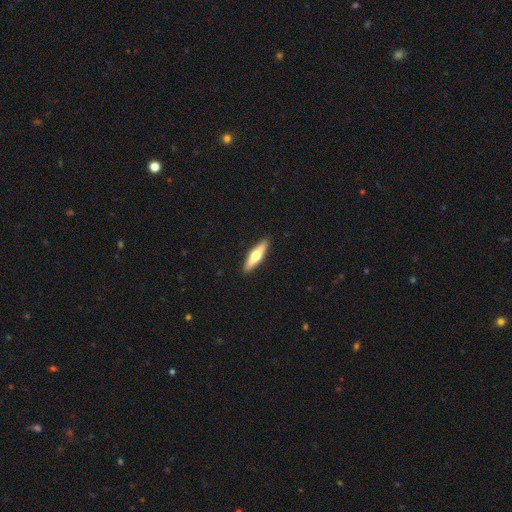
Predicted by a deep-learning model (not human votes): This appears to be a featured or disk galaxy (48%). Merging: none (91%).